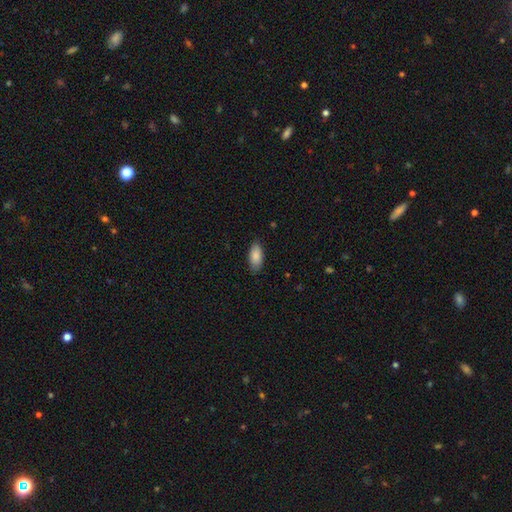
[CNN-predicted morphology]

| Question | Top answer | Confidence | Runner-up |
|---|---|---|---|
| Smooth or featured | smooth | 88% | featured or disk (6%) |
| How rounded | in between | 90% | cigar-shaped (8%) |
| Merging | none | 86% | minor disturbance (11%) |